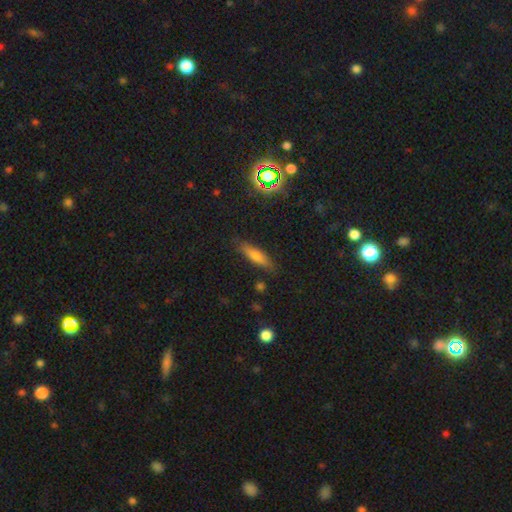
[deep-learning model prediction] smooth_or_featured: smooth (p=0.69) [alt: featured or disk p=0.20]
how_rounded: cigar-shaped (p=0.67) [alt: in between p=0.30]
merging: none (p=0.83) [alt: minor disturbance p=0.12]